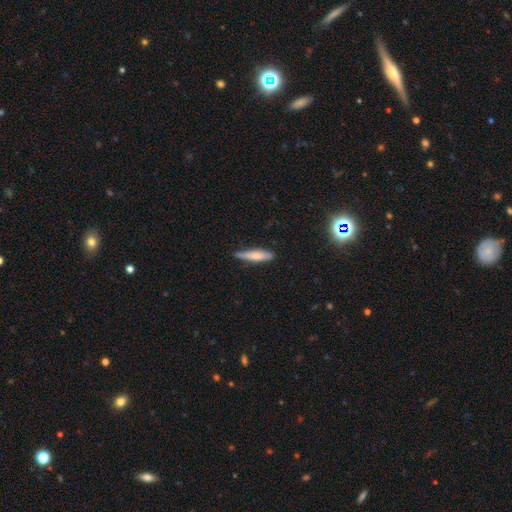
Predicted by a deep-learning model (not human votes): A smooth galaxy with no disk features (69%) that is cigar-shaped (82%). Merging: none (75%).